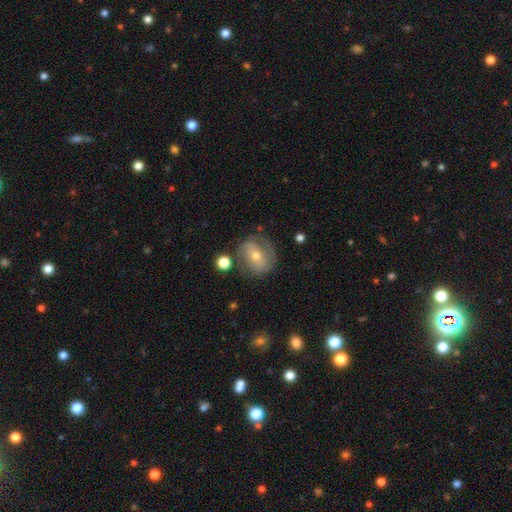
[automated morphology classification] This is possibly a featured or disk galaxy (54%). It is clearly not viewed edge-on (95%). Bar: marginally no (42%). Spiral arm pattern: likely yes (61%). Central bulge: possibly moderate (58%). Merging: likely none (67%).